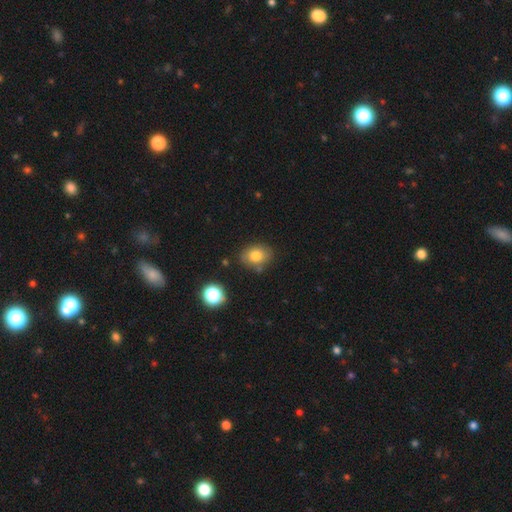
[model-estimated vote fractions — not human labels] Smooth or featured? smooth (78%)
How rounded? in between (60%)
Merging? none (78%)